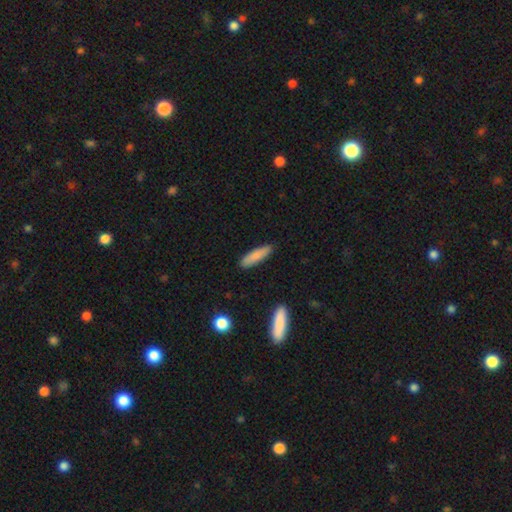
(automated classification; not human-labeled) Smooth or featured: smooth — 83% (featured or disk — 11%)
How rounded: cigar-shaped — 70% (in between — 29%)
Merging: none — 87% (minor disturbance — 10%)